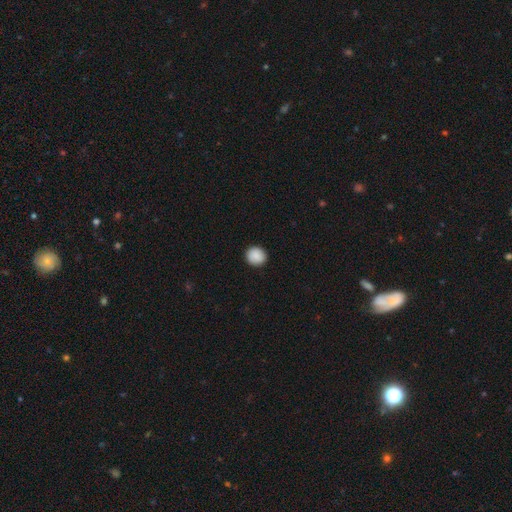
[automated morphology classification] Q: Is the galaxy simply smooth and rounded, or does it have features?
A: smooth — 90%.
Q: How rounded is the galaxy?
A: round — 89%.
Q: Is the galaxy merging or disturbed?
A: none — 91%.